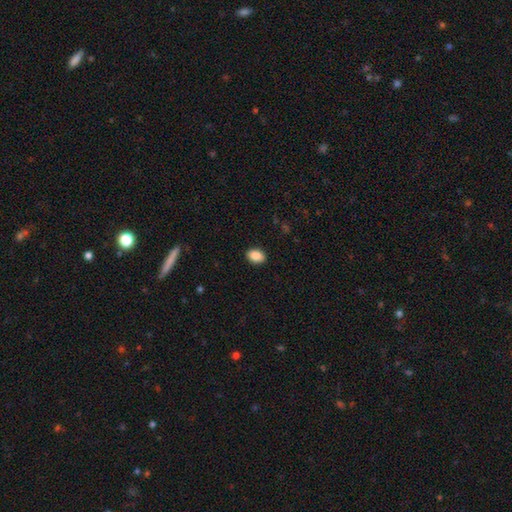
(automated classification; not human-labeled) The model was most divided on "how rounded": in between: 79%, round: 20%, cigar-shaped: 1%. More confident: merging — none (90%); smooth or featured — smooth (89%).